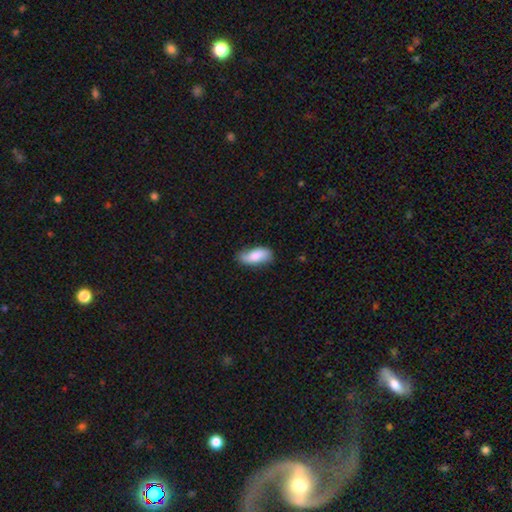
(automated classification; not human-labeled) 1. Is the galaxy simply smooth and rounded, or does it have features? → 78% smooth, 16% featured or disk, 6% star or artifact.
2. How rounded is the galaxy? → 85% in between, 13% cigar-shaped, 3% round.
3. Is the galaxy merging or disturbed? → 74% none, 21% minor disturbance, 4% major disturbance, 2% merger.